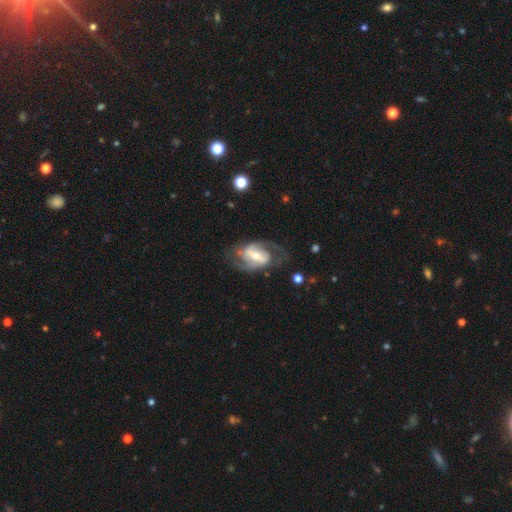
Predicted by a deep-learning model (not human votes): Overall: featured or disk (84%). Edge-on disk: no (96%). Bar: strong (51%; weak 37%). Spiral arms: yes (90%). Spiral arm count: 2 (82%). Spiral winding: medium (50%; tight 27%). Bulge size: moderate (60%; small 29%). Merging: none (65%).